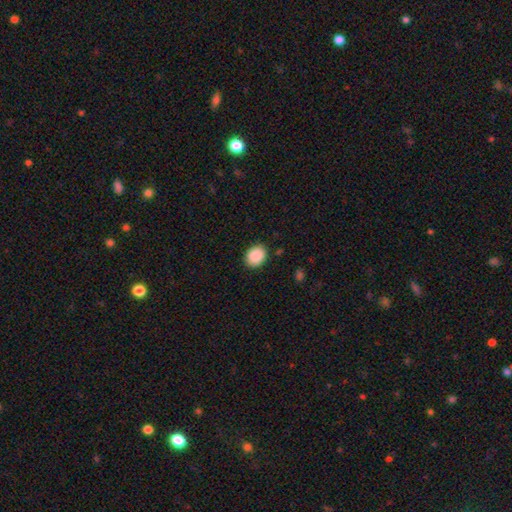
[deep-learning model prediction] The model was most divided on "how rounded": in between: 50%, round: 49%, cigar-shaped: 1%. More confident: smooth or featured — smooth (90%); merging — none (88%).